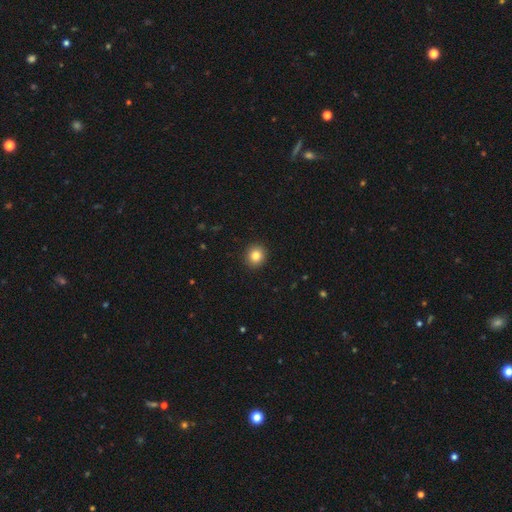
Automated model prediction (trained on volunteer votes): smooth_or_featured: smooth (p=0.83) [alt: star or artifact p=0.11]
how_rounded: round (p=0.86) [alt: in between p=0.13]
merging: none (p=0.92) [alt: minor disturbance p=0.05]